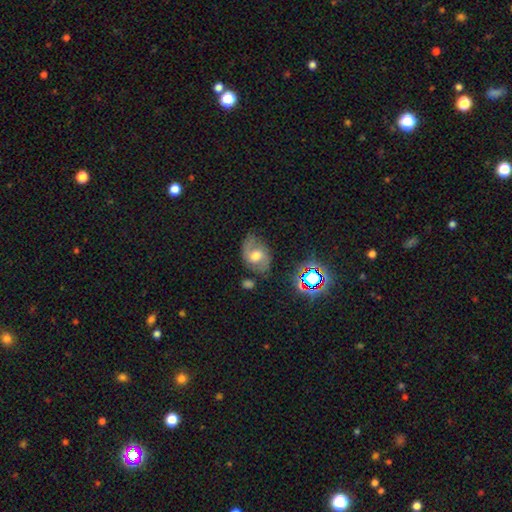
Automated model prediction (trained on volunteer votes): featured or disk 55%, smooth 30%, star or artifact 14%. Down the decision tree: edge-on disk — no (95%); bar — no (48%); spiral arms — yes (82%); bulge size — moderate (70%); merging — none (64%).